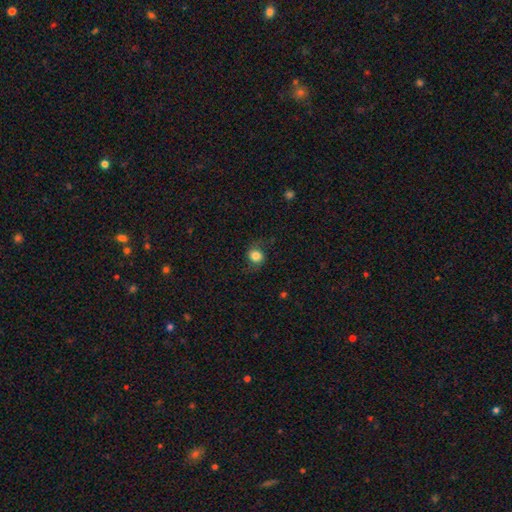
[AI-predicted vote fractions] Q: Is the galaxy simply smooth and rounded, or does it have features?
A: smooth — 78%.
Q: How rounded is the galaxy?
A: round — 78%.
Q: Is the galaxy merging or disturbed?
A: none — 75%.